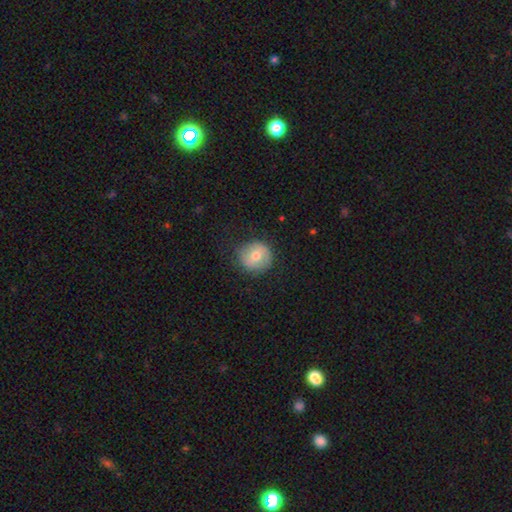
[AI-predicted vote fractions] A smooth galaxy with no disk features (68%) that is round (91%).

Vote fractions:
- Smooth or featured? smooth: 68% / featured or disk: 25% / star or artifact: 7%
- How rounded? round: 91% / in between: 8% / cigar-shaped: 1%
- Merging? none: 80% / minor disturbance: 15% / major disturbance: 4% / merger: 1%